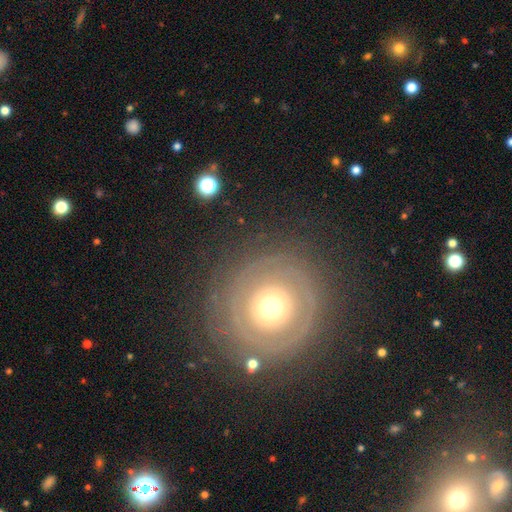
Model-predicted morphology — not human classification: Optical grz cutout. It shows a featured or disk galaxy (61%) with no bar (88%), spiral arms (52%) and a moderate central bulge (58%). Merging: none (84%).